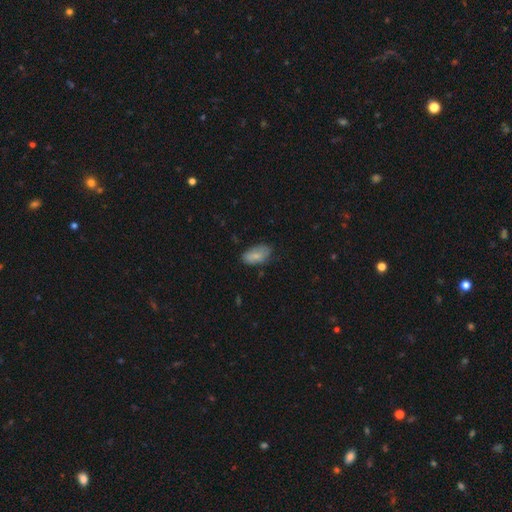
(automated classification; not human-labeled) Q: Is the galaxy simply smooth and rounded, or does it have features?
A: smooth — 76%.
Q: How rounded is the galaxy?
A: in between — 93%.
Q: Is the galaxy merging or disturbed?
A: none — 64%.